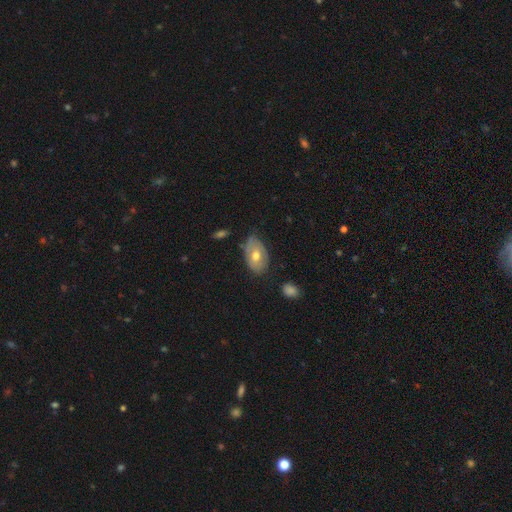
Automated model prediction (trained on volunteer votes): Overall: smooth (60%; featured or disk 33%). How rounded: in between (90%). Merging: none (60%; minor disturbance 31%).